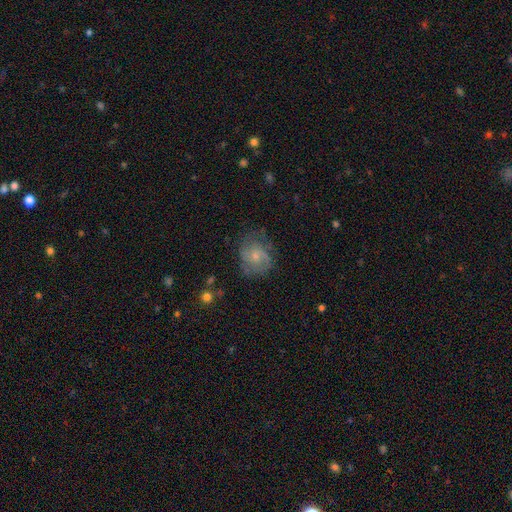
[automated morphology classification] Overall: featured or disk (49%; smooth 42%). Merging: none (58%; minor disturbance 26%).